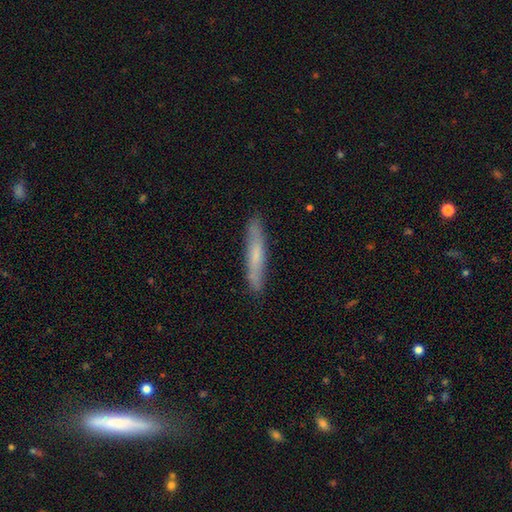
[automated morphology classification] type=smooth (58%); roundness=cigar-shaped (92%); merging=none (87%).